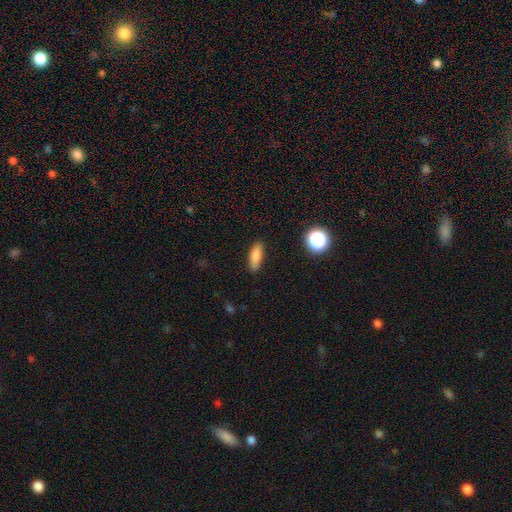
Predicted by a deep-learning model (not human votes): A smooth galaxy with no disk features (84%) that is in between round and cigar-shaped (57%).

Vote fractions:
- Smooth or featured? smooth: 84% / star or artifact: 8% / featured or disk: 7%
- How rounded? in between: 57% / cigar-shaped: 40% / round: 3%
- Merging? none: 87% / minor disturbance: 10% / major disturbance: 2% / merger: 1%